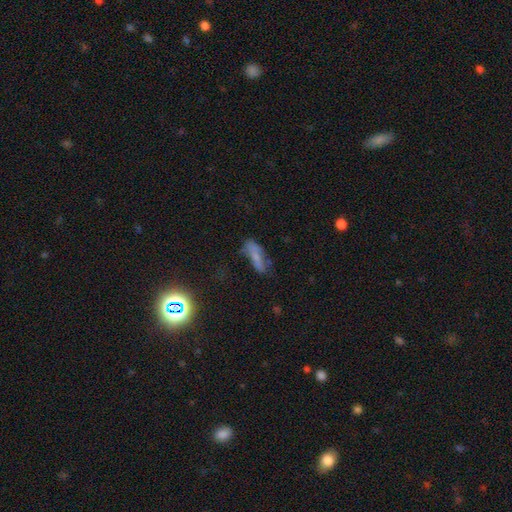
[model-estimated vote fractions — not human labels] The model was most divided on "how rounded": in between: 54%, cigar-shaped: 42%, round: 4%. Remaining: smooth or featured — smooth (54%); merging — none (42%).